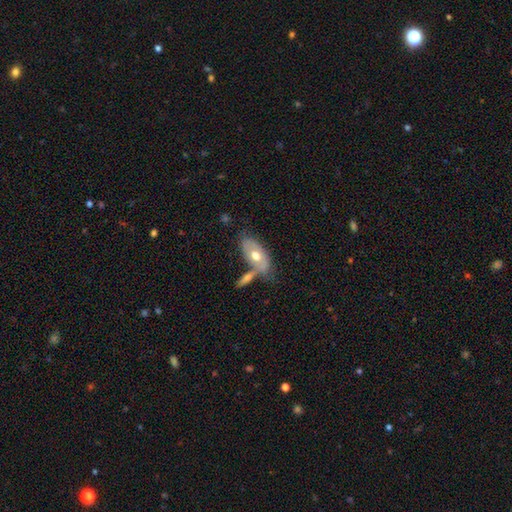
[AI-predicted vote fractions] This is possibly a smooth galaxy (52%). How rounded: clearly in between (88%). Merging: possibly none (48%).